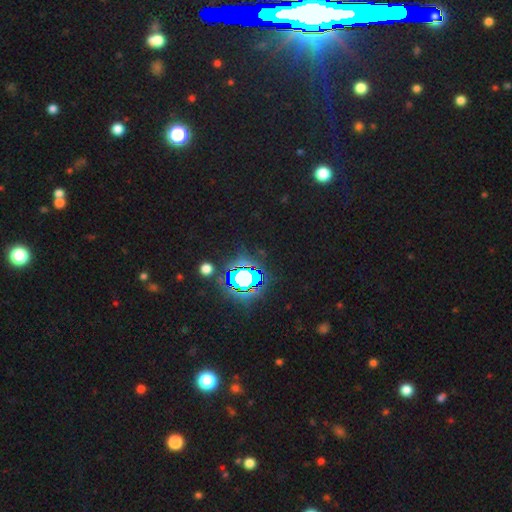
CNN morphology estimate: type=star or artifact (82%).